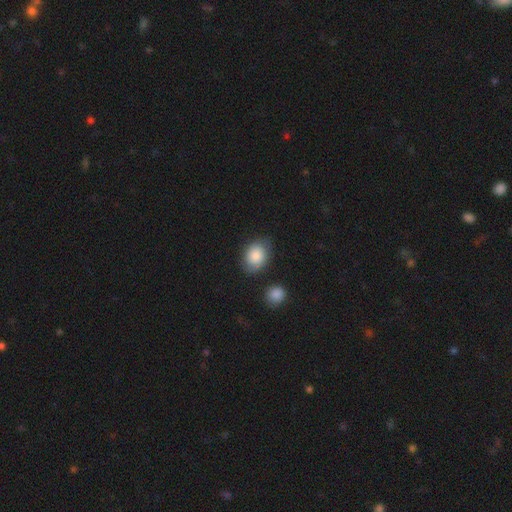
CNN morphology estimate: A smooth galaxy with no disk features (84%) that is in between round and cigar-shaped (63%). Merging: none (71%).